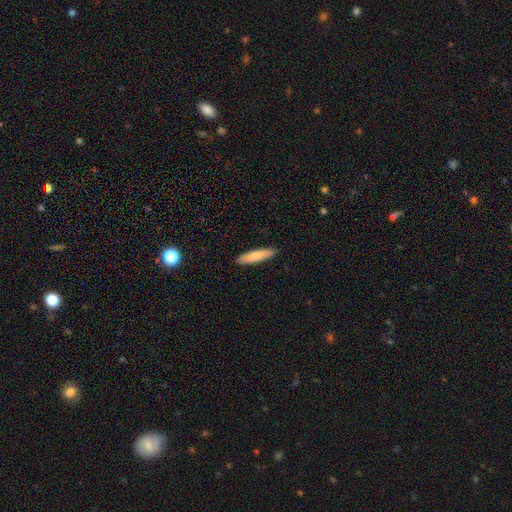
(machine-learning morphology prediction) Q: Smooth or featured?
A: smooth (79%); runner-up: featured or disk (16%)
Q: How rounded?
A: cigar-shaped (78%); runner-up: in between (20%)
Q: Merging?
A: none (90%); runner-up: minor disturbance (8%)